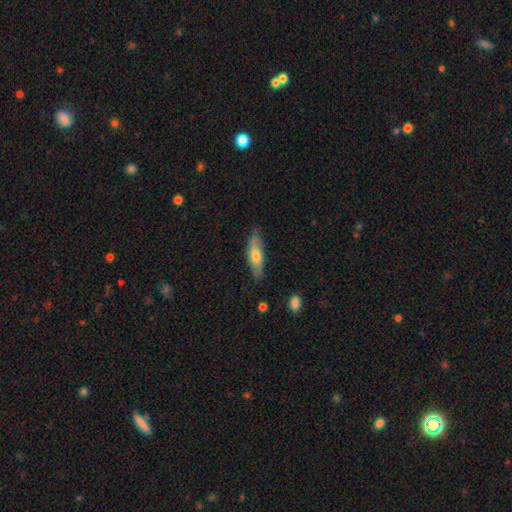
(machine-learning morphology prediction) Smooth or featured? Predicted: smooth (p=0.56). How rounded? Predicted: cigar-shaped (p=0.54). Merging? Predicted: none (p=0.77).